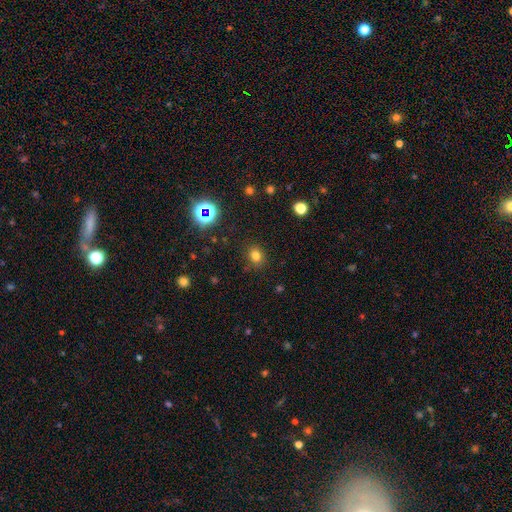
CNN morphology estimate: type=smooth (76%); roundness=round (66%); merging=none (85%).